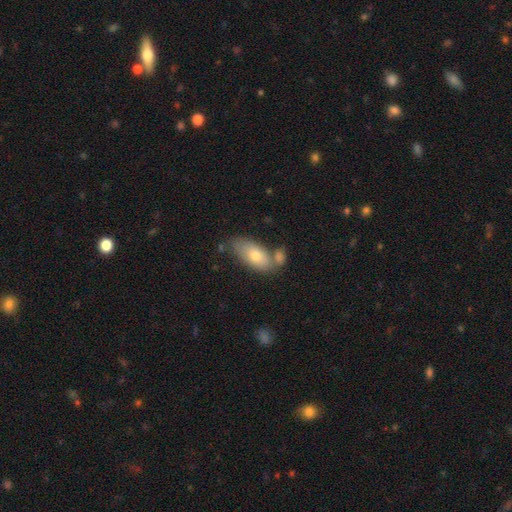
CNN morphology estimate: Overall: smooth (73%). How rounded: in between (89%). Merging: none (53%; merger 24%).